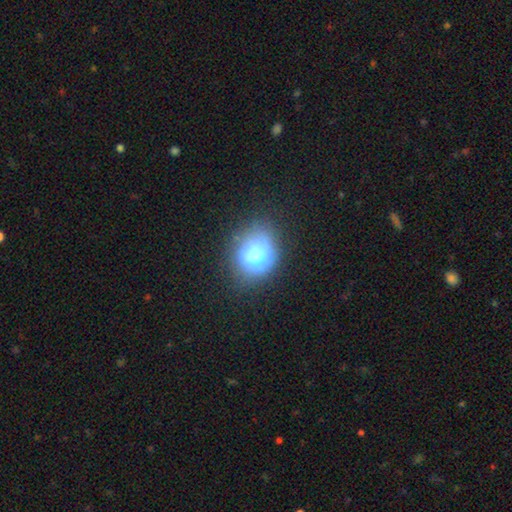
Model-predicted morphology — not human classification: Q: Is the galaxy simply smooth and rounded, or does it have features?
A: smooth — 74%.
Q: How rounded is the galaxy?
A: round — 63%.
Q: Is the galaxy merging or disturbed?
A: none — 74%.